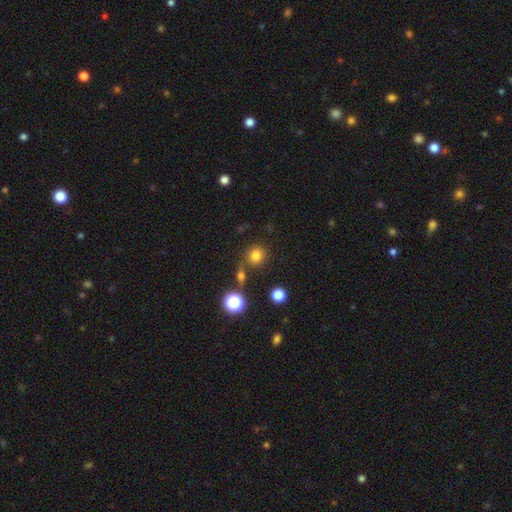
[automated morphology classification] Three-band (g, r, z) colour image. It shows a smooth galaxy with no disk features (78%) that is round (87%). Merging: none (72%).